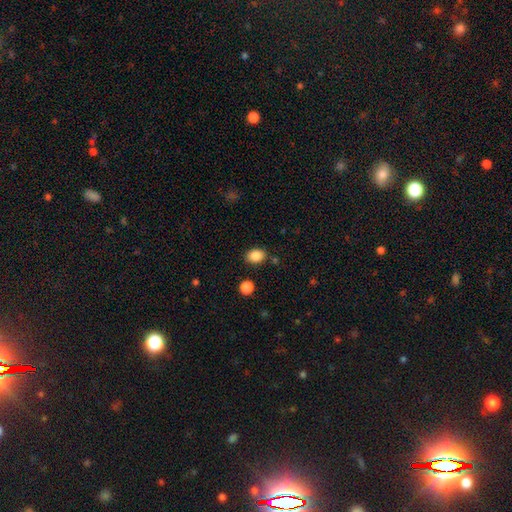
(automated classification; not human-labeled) Smooth or featured? smooth (87%)
How rounded? in between (66%)
Merging? none (82%)